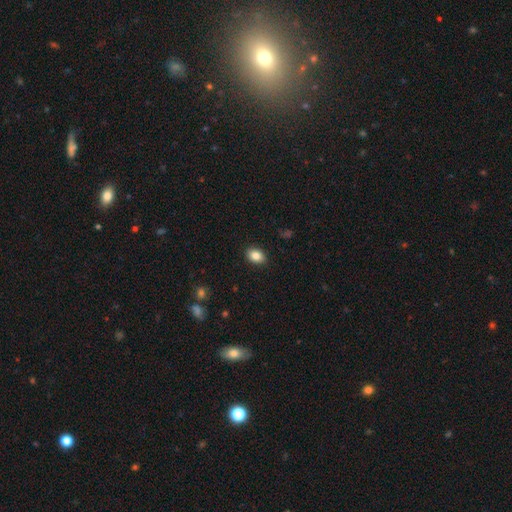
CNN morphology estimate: smooth_or_featured: smooth (p=0.86) [alt: star or artifact p=0.08]
how_rounded: in between (p=0.81) [alt: round p=0.18]
merging: none (p=0.89) [alt: minor disturbance p=0.08]